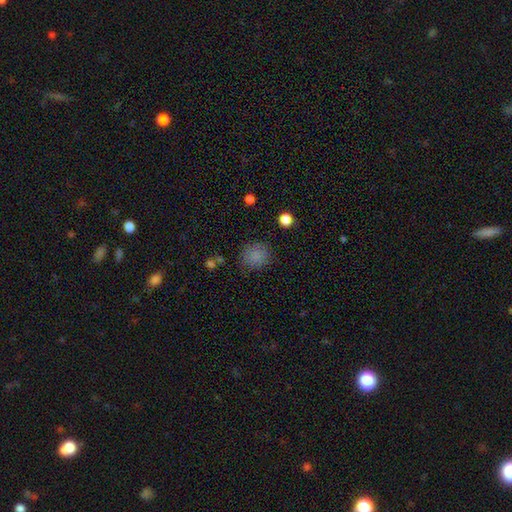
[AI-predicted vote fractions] Q: Smooth or featured?
A: smooth (80%); runner-up: star or artifact (14%)
Q: How rounded?
A: round (86%); runner-up: in between (13%)
Q: Merging?
A: none (80%); runner-up: minor disturbance (13%)